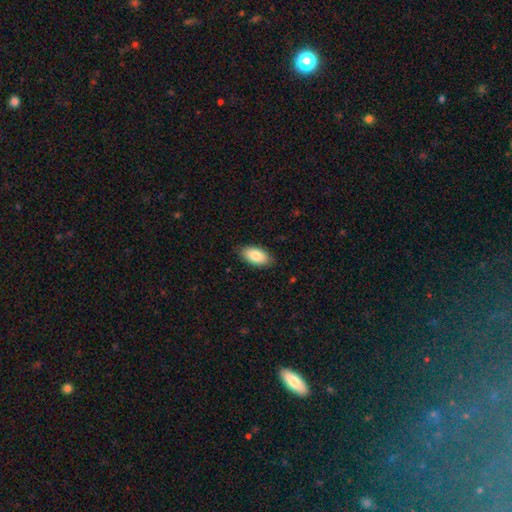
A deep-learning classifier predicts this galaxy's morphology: Smooth or featured? Predicted: smooth (p=0.85). How rounded? Predicted: in between (p=0.94). Merging? Predicted: none (p=0.84).